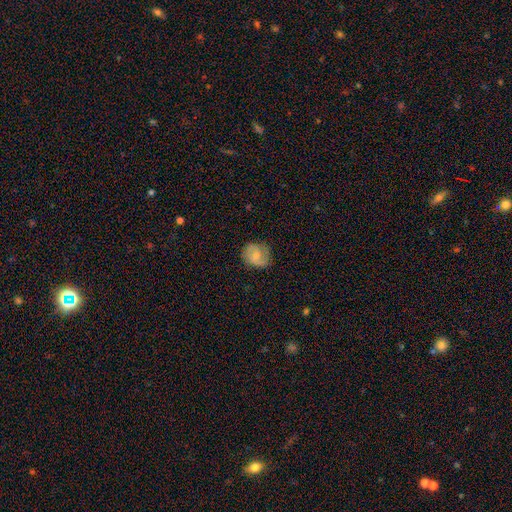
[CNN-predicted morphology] A featured or disk galaxy (60%) with no bar (46%), 2 (83%) medium (49%) spiral arms (92%) and a small central bulge (51%). Merging: none (76%).